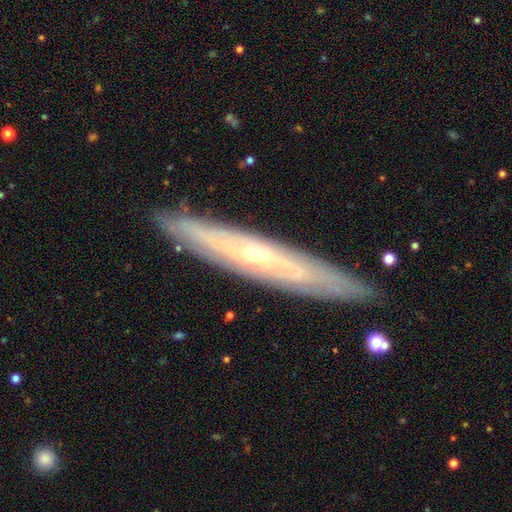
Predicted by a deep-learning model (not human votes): smooth_or_featured: featured or disk (p=0.75) [alt: smooth p=0.19]
disk_edge_on: yes (p=0.66) [alt: no p=0.34]
merging: none (p=0.87) [alt: minor disturbance p=0.09]